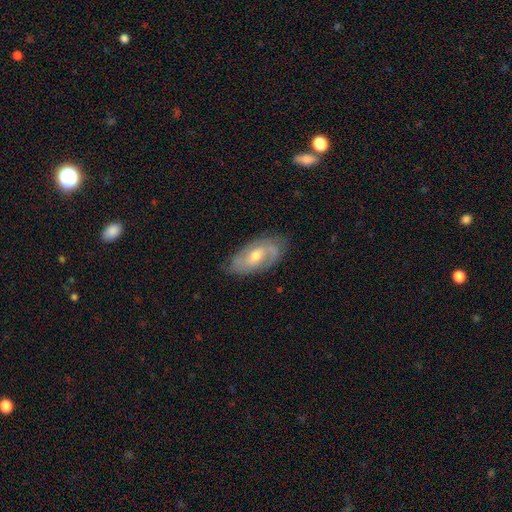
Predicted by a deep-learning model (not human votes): Q: Smooth or featured?
A: featured or disk (72%); runner-up: smooth (21%)
Q: Edge-on disk?
A: no (92%); runner-up: yes (8%)
Q: Bar?
A: no (45%); runner-up: weak (44%)
Q: Spiral arms?
A: yes (87%); runner-up: no (13%)
Q: Spiral winding?
A: medium (44%); runner-up: tight (37%)
Q: Spiral arm count?
A: 2 (70%); runner-up: can't tell (18%)
Q: Bulge size?
A: moderate (63%); runner-up: small (32%)
Q: Merging?
A: none (76%); runner-up: minor disturbance (18%)